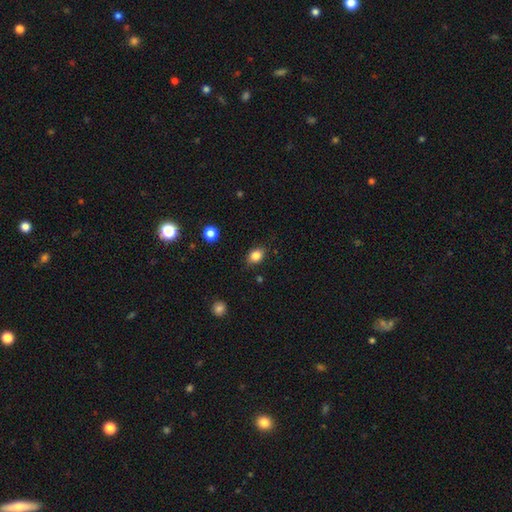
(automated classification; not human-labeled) Morphology: type=smooth (84%); roundness=in between (70%); merging=none (83%).